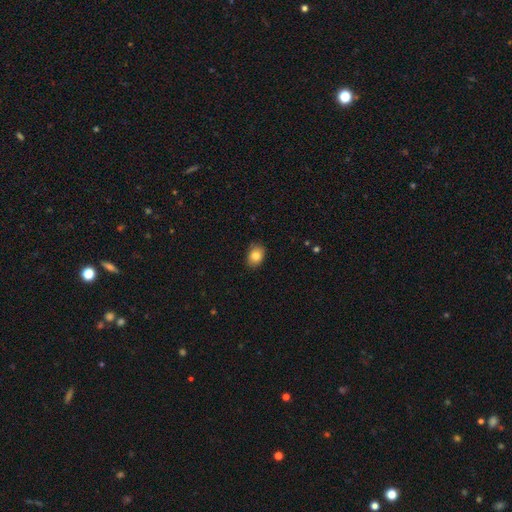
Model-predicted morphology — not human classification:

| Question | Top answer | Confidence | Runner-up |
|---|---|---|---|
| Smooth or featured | smooth | 84% | star or artifact (9%) |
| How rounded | in between | 74% | round (25%) |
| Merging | none | 85% | minor disturbance (12%) |